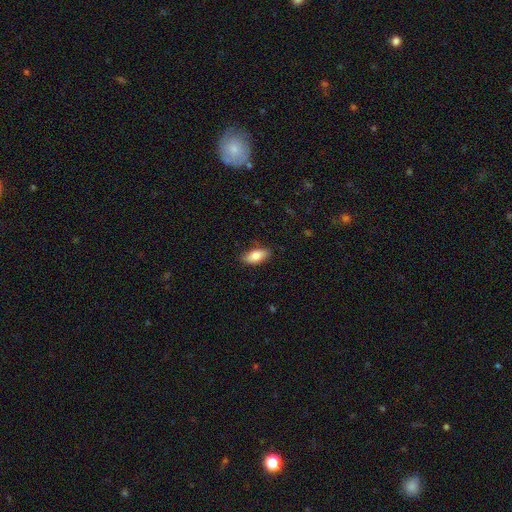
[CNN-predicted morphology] This appears to be a smooth galaxy with no disk features (83%) that is in between round and cigar-shaped (88%). Merging: none (85%).